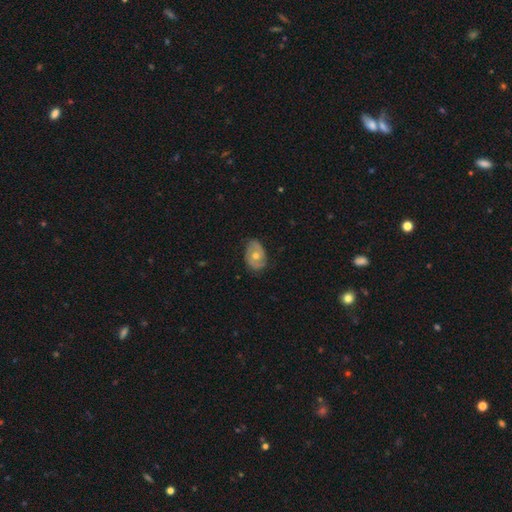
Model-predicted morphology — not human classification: smooth_or_featured: featured or disk (p=0.55) [alt: smooth p=0.37]
disk_edge_on: no (p=0.94) [alt: yes p=0.06]
bar: no (p=0.80) [alt: weak p=0.16]
has_spiral_arms: yes (p=0.58) [alt: no p=0.42]
bulge_size: moderate (p=0.74) [alt: small p=0.21]
merging: none (p=0.75) [alt: minor disturbance p=0.20]